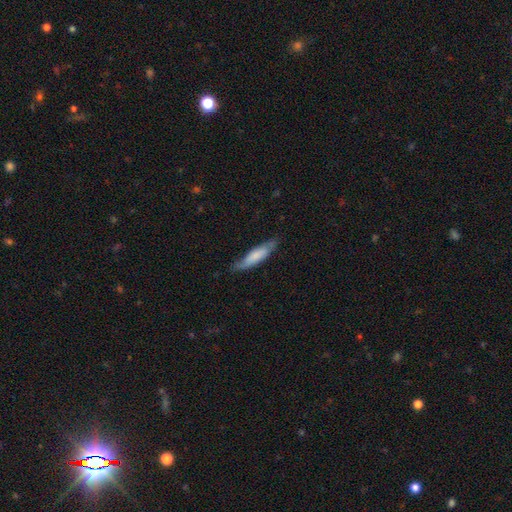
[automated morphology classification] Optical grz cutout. It shows a smooth galaxy with no disk features (67%) that is cigar-shaped (73%). Merging: none (73%).